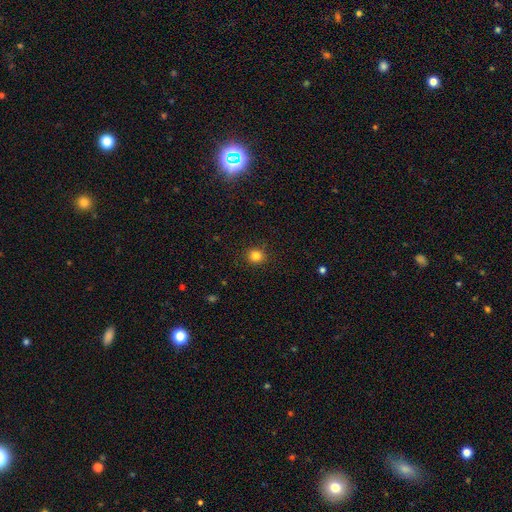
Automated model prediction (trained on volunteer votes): Smooth or featured: smooth — 84% (star or artifact — 12%)
How rounded: round — 89% (in between — 11%)
Merging: none — 90% (minor disturbance — 7%)